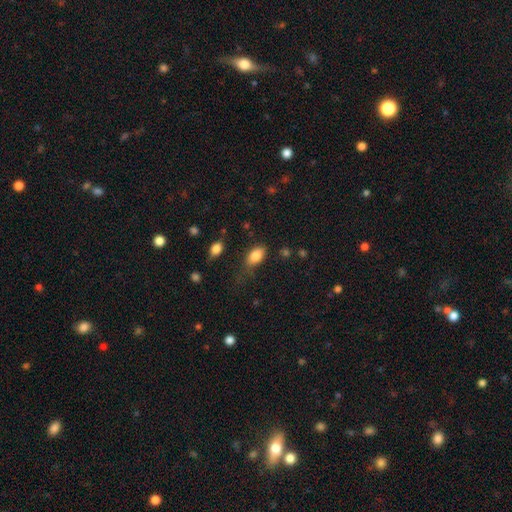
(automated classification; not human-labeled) Overall: smooth (84%). How rounded: in between (90%). Merging: none (64%; minor disturbance 25%).